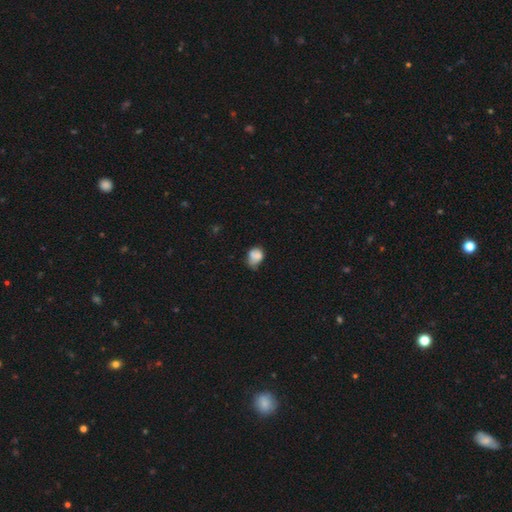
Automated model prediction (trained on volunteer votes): A smooth galaxy with no disk features (76%) that is in between round and cigar-shaped (57%). Merging: minor disturbance (41%).